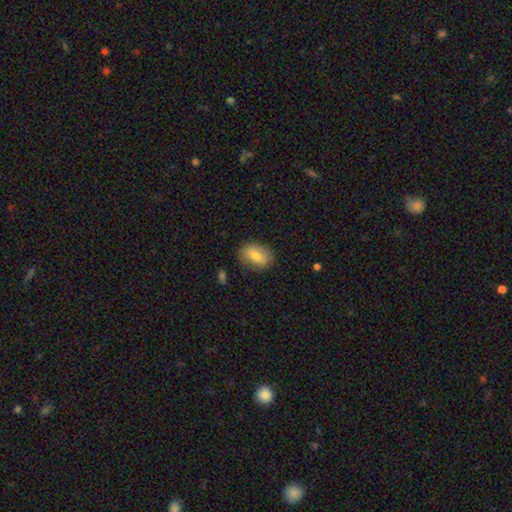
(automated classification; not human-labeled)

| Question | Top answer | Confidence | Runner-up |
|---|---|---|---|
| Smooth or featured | smooth | 73% | featured or disk (20%) |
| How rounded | in between | 84% | round (14%) |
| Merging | none | 79% | minor disturbance (16%) |